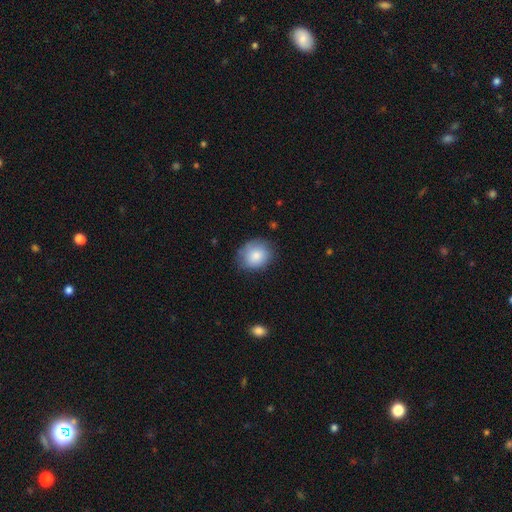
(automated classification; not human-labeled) smooth-or-featured: smooth: 83% | featured or disk: 10% | star or artifact: 7%
  how-rounded: round: 63% | in between: 36% | cigar-shaped: 1%
  merging: none: 75% | minor disturbance: 19% | major disturbance: 4% | merger: 1%